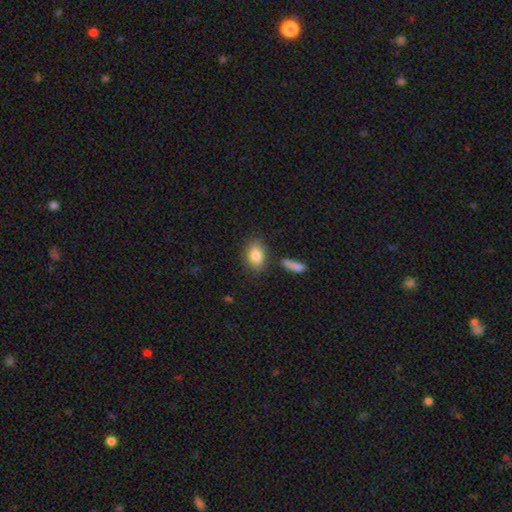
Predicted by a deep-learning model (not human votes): A smooth galaxy with no disk features (83%) that is in between round and cigar-shaped (80%). Merging: none (79%).